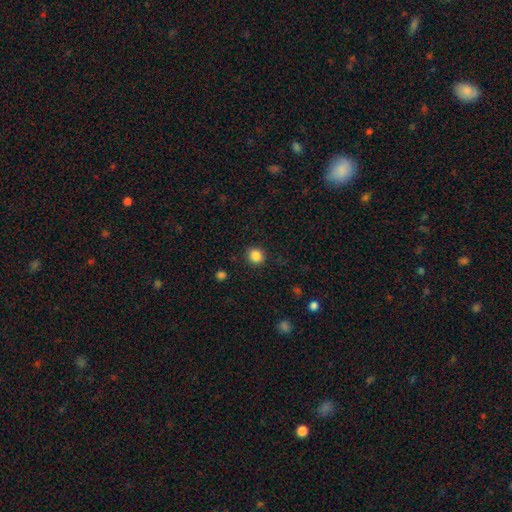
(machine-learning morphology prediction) Smooth or featured: smooth — 86% (star or artifact — 10%)
How rounded: round — 83% (in between — 16%)
Merging: none — 90% (minor disturbance — 7%)